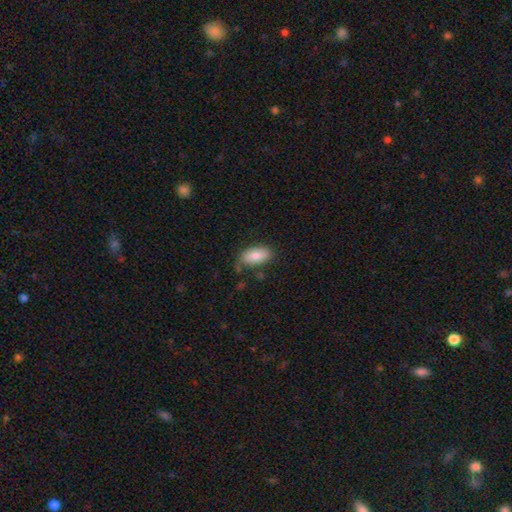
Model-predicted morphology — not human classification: Smooth or featured?
  - smooth: 82% *
  - featured or disk: 11%
  - star or artifact: 7%
How rounded?
  - in between: 92% *
  - cigar-shaped: 5%
  - round: 3%
Merging?
  - none: 69% *
  - minor disturbance: 22%
  - major disturbance: 5%
  - merger: 4%